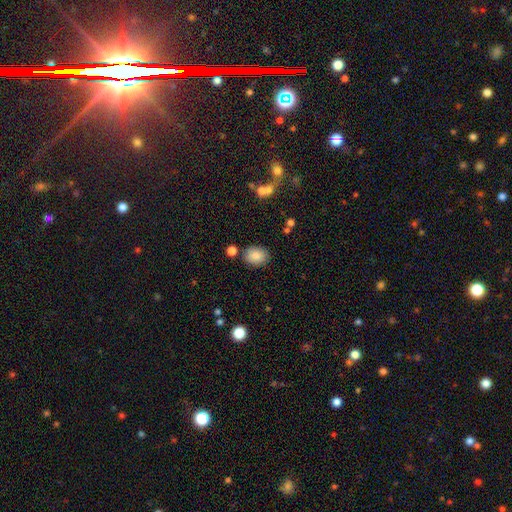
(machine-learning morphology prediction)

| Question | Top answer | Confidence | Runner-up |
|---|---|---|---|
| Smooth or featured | smooth | 86% | star or artifact (8%) |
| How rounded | in between | 65% | round (34%) |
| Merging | none | 81% | minor disturbance (11%) |